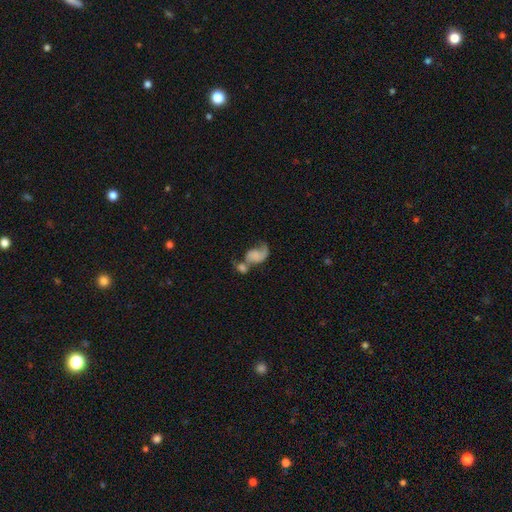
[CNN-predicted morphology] This appears to be a featured or disk galaxy (45%, tied with smooth). Merging: merger (53%).